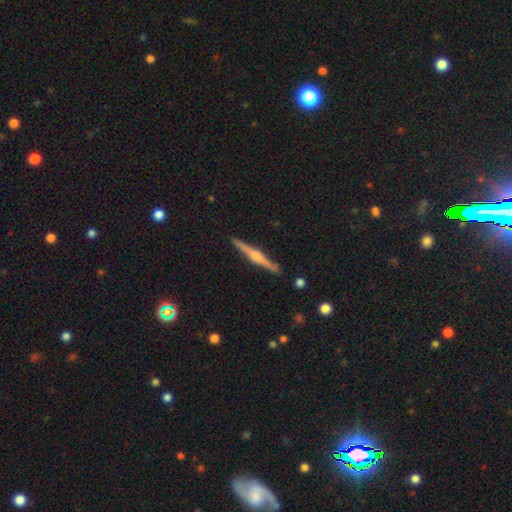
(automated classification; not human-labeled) This appears to be a featured or disk galaxy (72%) viewed edge-on (97%) with a rounded central bulge (81%). Merging: none (89%).